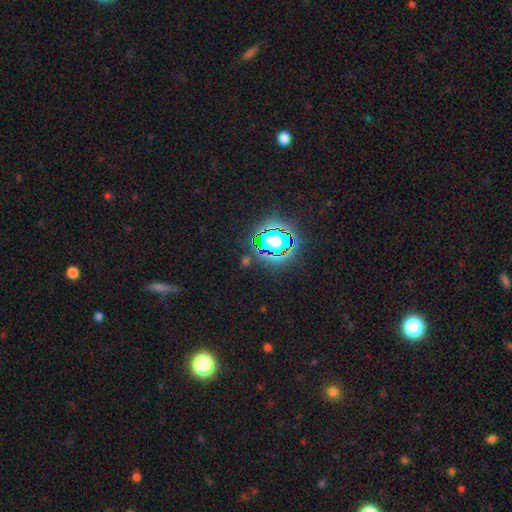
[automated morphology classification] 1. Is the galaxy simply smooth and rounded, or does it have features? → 82% star or artifact, 11% smooth, 6% featured or disk.